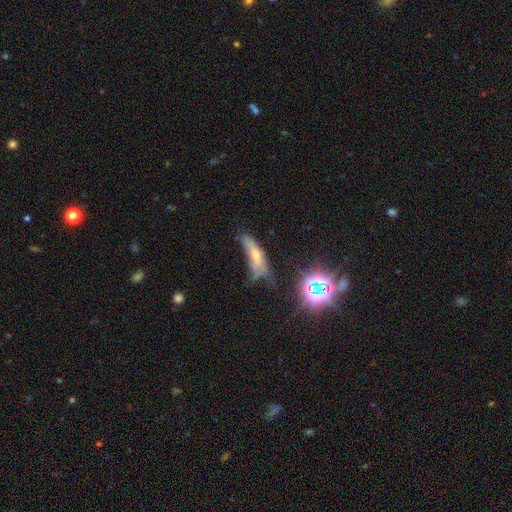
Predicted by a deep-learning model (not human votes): smooth-or-featured: smooth: 37% | featured or disk: 35% | star or artifact: 28%
  merging: none: 33% | minor disturbance: 31% | major disturbance: 29% | merger: 8%